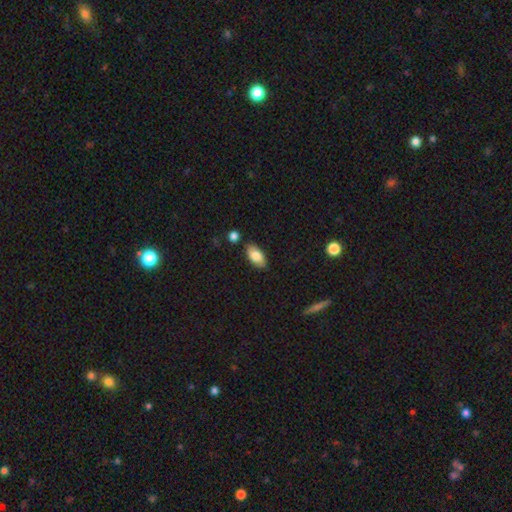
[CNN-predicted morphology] Smooth or featured: smooth — 82% (featured or disk — 11%)
How rounded: in between — 91% (cigar-shaped — 5%)
Merging: none — 81% (minor disturbance — 12%)